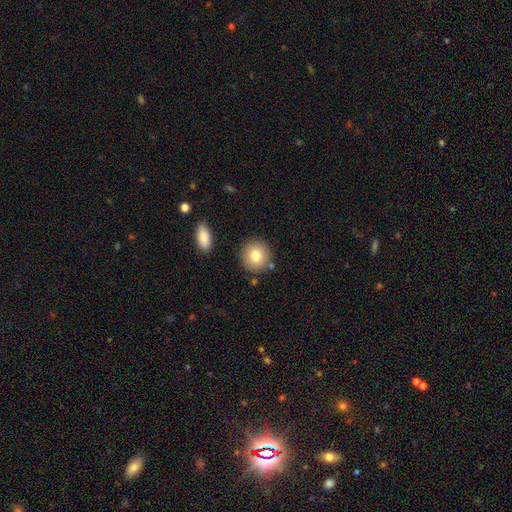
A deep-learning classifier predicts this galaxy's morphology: smooth-or-featured: smooth: 80% | featured or disk: 12% | star or artifact: 9%
  how-rounded: round: 91% | in between: 8% | cigar-shaped: 1%
  merging: none: 83% | minor disturbance: 9% | merger: 5% | major disturbance: 2%